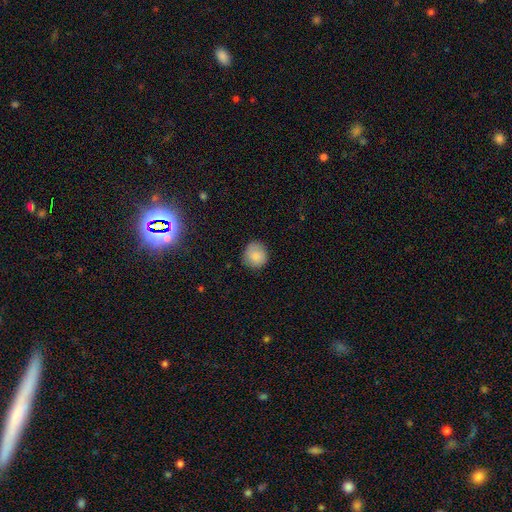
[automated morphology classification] Smooth or featured: smooth — 82% (featured or disk — 9%)
How rounded: round — 91% (in between — 8%)
Merging: none — 84% (minor disturbance — 13%)